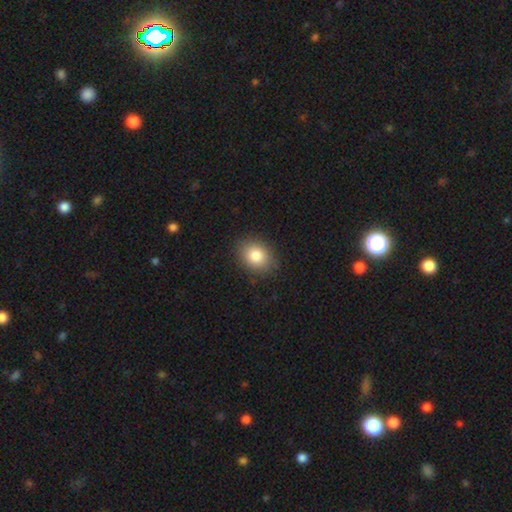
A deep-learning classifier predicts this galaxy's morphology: Smooth or featured?
  - smooth: 83% *
  - star or artifact: 9%
  - featured or disk: 8%
How rounded?
  - in between: 58% *
  - round: 41%
  - cigar-shaped: 1%
Merging?
  - none: 88% *
  - minor disturbance: 9%
  - major disturbance: 2%
  - merger: 1%